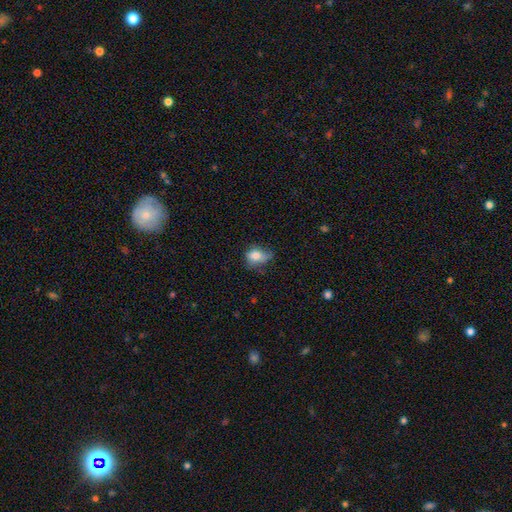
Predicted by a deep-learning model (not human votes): This is likely a smooth galaxy (75%). How rounded: likely in between (64%). Merging: marginally none (40%).